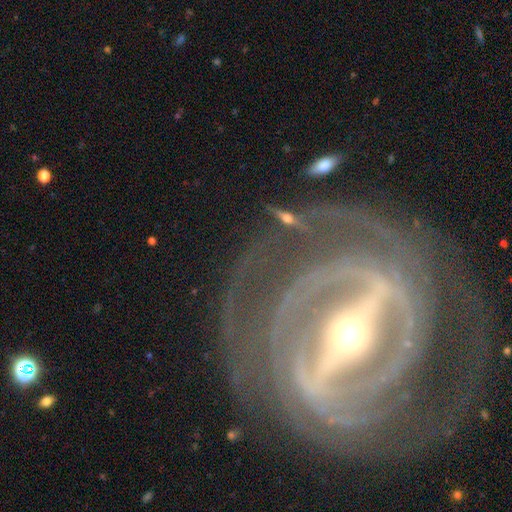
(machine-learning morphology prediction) smooth_or_featured: featured or disk (p=0.91) [alt: star or artifact p=0.05]
disk_edge_on: no (p=0.92) [alt: yes p=0.08]
bar: strong (p=0.84) [alt: weak p=0.11]
has_spiral_arms: yes (p=0.92) [alt: no p=0.08]
spiral_winding: tight (p=0.69) [alt: medium p=0.24]
spiral_arm_count: 2 (p=0.29) [alt: can't tell p=0.24]
bulge_size: moderate (p=0.51) [alt: small p=0.42]
merging: none (p=0.73) [alt: minor disturbance p=0.13]